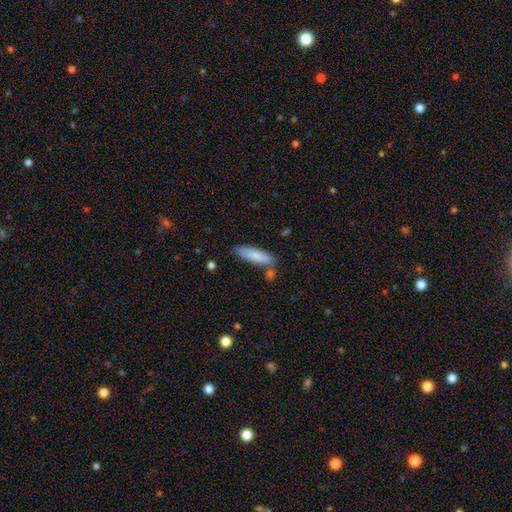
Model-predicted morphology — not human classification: A smooth galaxy with no disk features (83%) that is cigar-shaped (65%). Merging: none (73%).